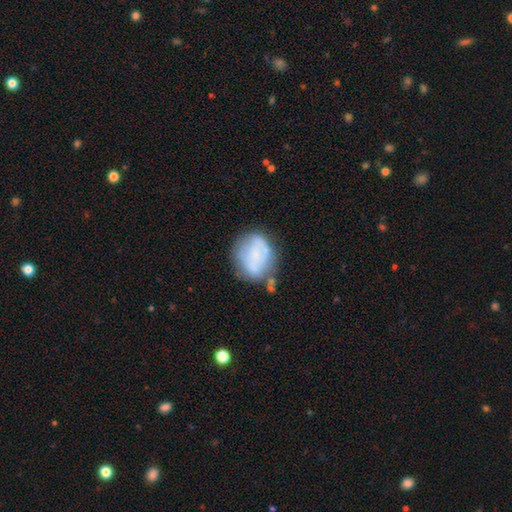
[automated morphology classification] smooth_or_featured: smooth (p=0.52) [alt: featured or disk p=0.38]
how_rounded: round (p=0.55) [alt: in between p=0.44]
merging: none (p=0.47) [alt: minor disturbance p=0.26]